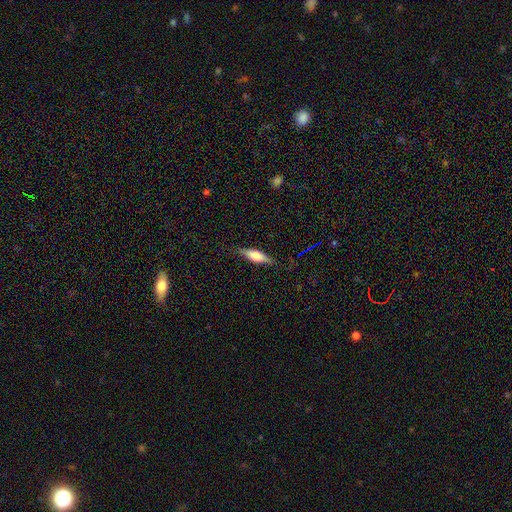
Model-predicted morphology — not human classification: Smooth or featured?
  - smooth: 56% *
  - featured or disk: 37%
  - star or artifact: 7%
How rounded?
  - cigar-shaped: 51% *
  - in between: 46%
  - round: 3%
Merging?
  - none: 79% *
  - minor disturbance: 15%
  - major disturbance: 4%
  - merger: 1%